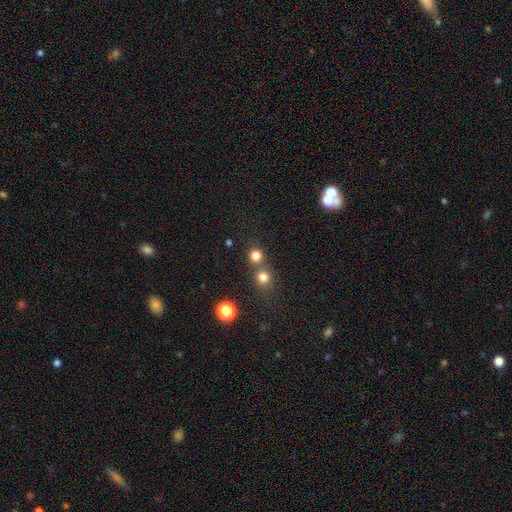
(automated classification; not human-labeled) smooth-or-featured: smooth: 78% | star or artifact: 16% | featured or disk: 6%
  how-rounded: round: 90% | in between: 9% | cigar-shaped: 1%
  merging: none: 61% | merger: 31% | minor disturbance: 6% | major disturbance: 3%